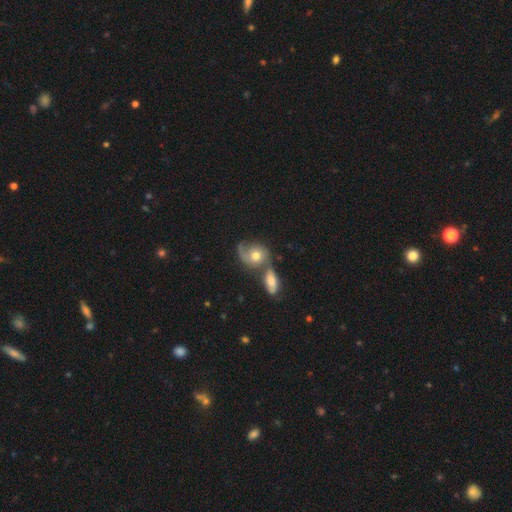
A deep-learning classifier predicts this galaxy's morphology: Smooth or featured? Predicted: featured or disk (p=0.46). Merging? Predicted: merger (p=0.48).